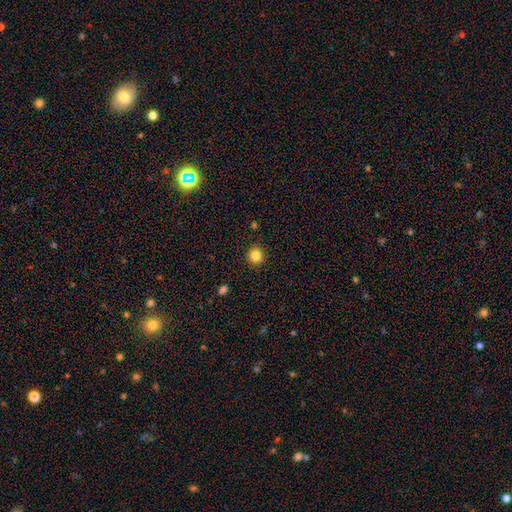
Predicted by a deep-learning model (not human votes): The model was most divided on "smooth or featured": smooth: 83%, star or artifact: 11%, featured or disk: 5%. More confident: how rounded — round (93%); merging — none (92%).